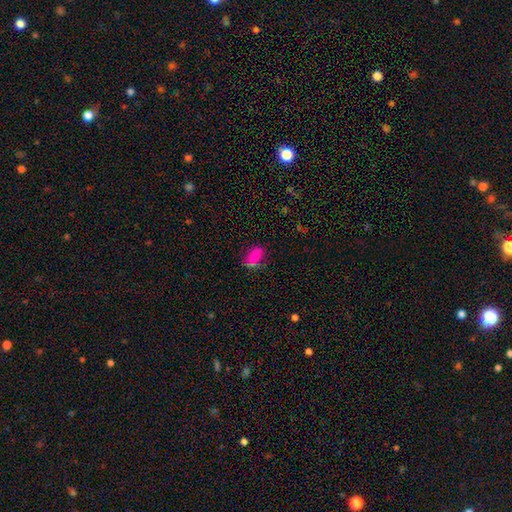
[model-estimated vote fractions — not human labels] Overall: smooth (74%). How rounded: in between (84%). Merging: none (61%).